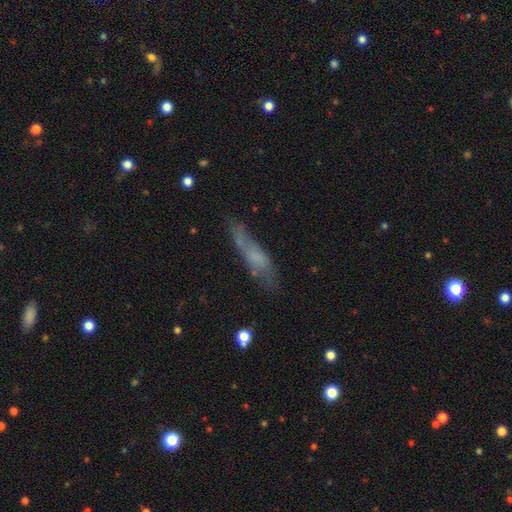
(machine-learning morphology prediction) Smooth or featured? Predicted: smooth (p=0.52). How rounded? Predicted: cigar-shaped (p=0.73). Merging? Predicted: none (p=0.57).